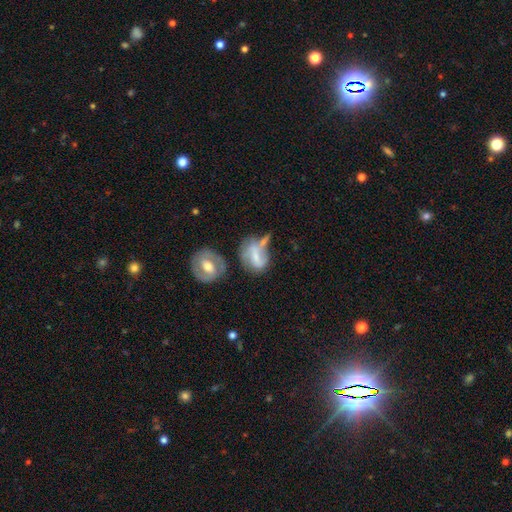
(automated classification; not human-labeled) Q: Smooth or featured?
A: featured or disk (52%); runner-up: smooth (39%)
Q: Edge-on disk?
A: no (94%); runner-up: yes (6%)
Q: Merging?
A: none (30%); runner-up: merger (28%)